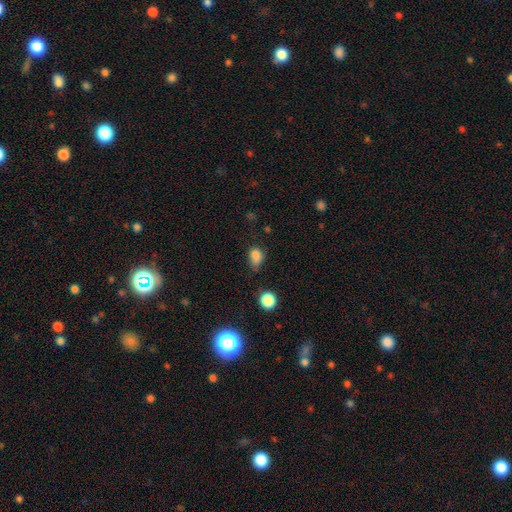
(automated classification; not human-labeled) Overall: smooth (80%). How rounded: in between (66%; round 32%). Merging: none (42%; minor disturbance 38%).